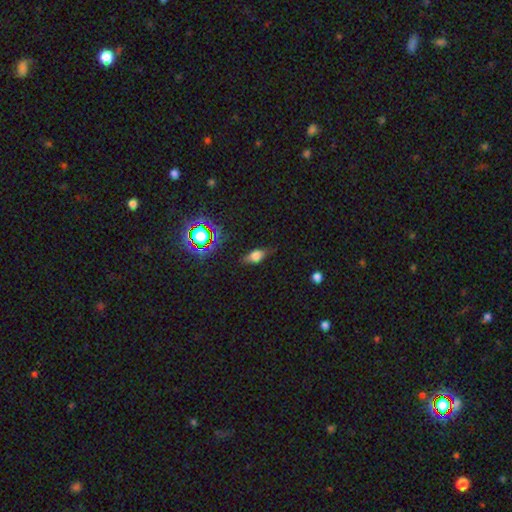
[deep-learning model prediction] The model was most divided on "smooth or featured": smooth: 60%, featured or disk: 26%, star or artifact: 15%. More confident: how rounded — in between (75%); merging — none (74%).